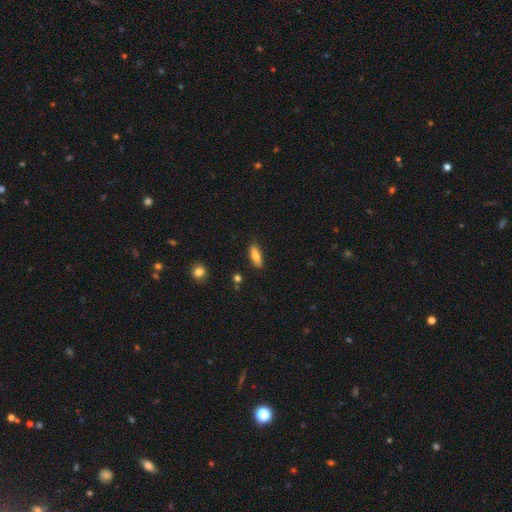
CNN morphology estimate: Q: Smooth or featured?
A: smooth (78%); runner-up: featured or disk (16%)
Q: How rounded?
A: in between (63%); runner-up: cigar-shaped (35%)
Q: Merging?
A: none (86%); runner-up: minor disturbance (10%)